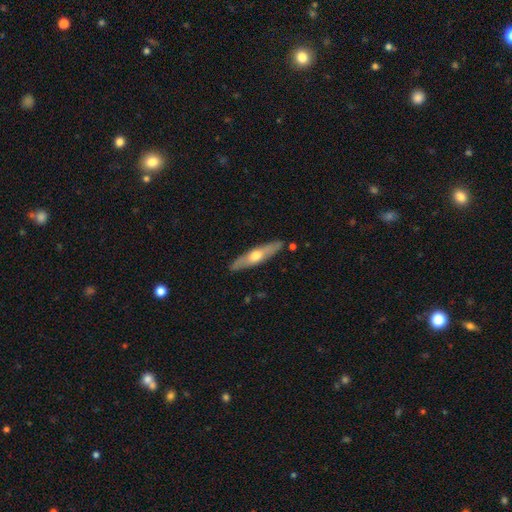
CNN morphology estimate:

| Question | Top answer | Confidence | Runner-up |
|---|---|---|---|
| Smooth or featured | featured or disk | 53% | smooth (42%) |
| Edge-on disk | yes | 78% | no (22%) |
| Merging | none | 86% | minor disturbance (10%) |